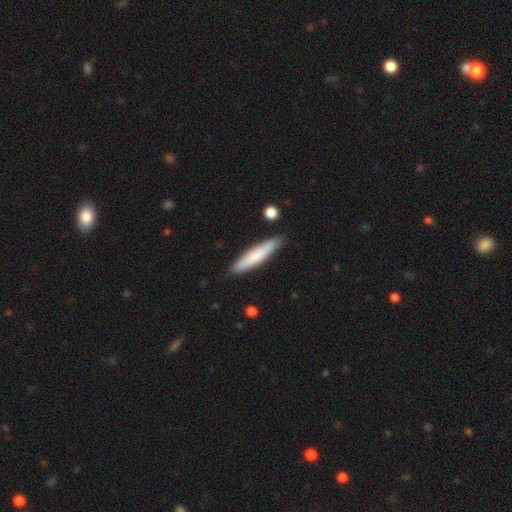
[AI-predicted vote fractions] smooth-or-featured: smooth: 74% | featured or disk: 20% | star or artifact: 6%
  how-rounded: cigar-shaped: 86% | in between: 13% | round: 1%
  merging: none: 86% | minor disturbance: 11% | merger: 2% | major disturbance: 2%